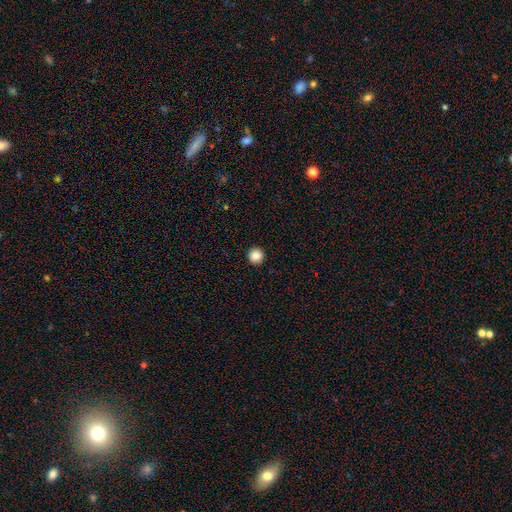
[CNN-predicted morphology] Smooth or featured?
  - smooth: 88% *
  - star or artifact: 10%
  - featured or disk: 3%
How rounded?
  - round: 95% *
  - in between: 4%
  - cigar-shaped: 1%
Merging?
  - none: 93% *
  - minor disturbance: 4%
  - major disturbance: 1%
  - merger: 1%